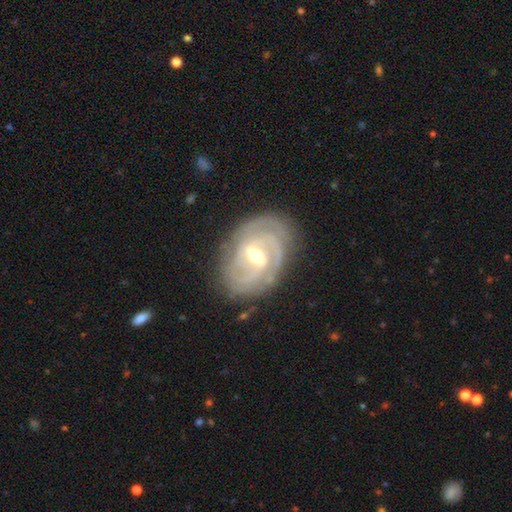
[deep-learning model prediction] A featured or disk galaxy (89%) with a weak bar (53%), 2 (32%) tight (70%) spiral arms (96%) and a moderate central bulge (66%). Merging: none (79%).